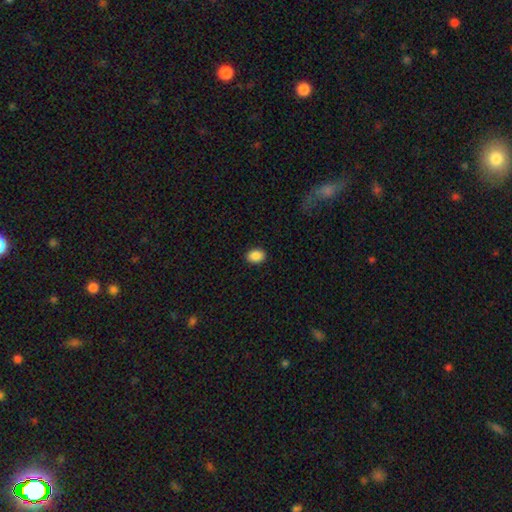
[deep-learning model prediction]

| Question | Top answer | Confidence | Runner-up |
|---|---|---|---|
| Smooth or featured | smooth | 89% | star or artifact (8%) |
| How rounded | in between | 72% | round (27%) |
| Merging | none | 90% | minor disturbance (7%) |